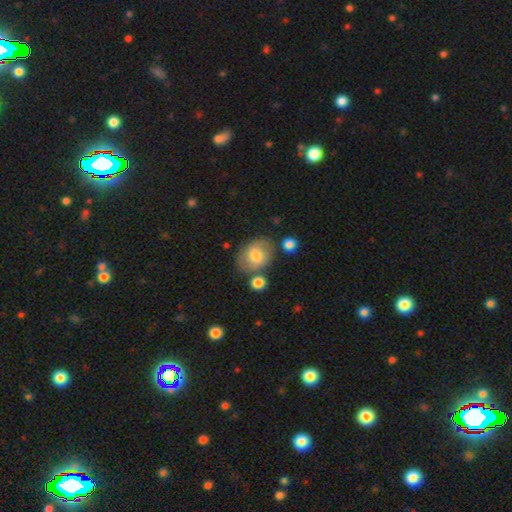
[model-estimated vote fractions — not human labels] This is likely a smooth galaxy (72%). How rounded: possibly in between (56%). Merging: likely none (65%).